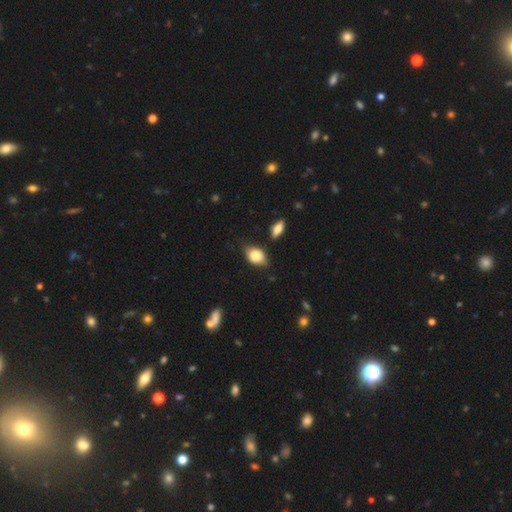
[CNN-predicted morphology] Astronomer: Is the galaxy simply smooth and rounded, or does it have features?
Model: smooth — 79%.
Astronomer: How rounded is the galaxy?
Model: in between — 78%.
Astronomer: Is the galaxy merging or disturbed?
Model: none — 68%.